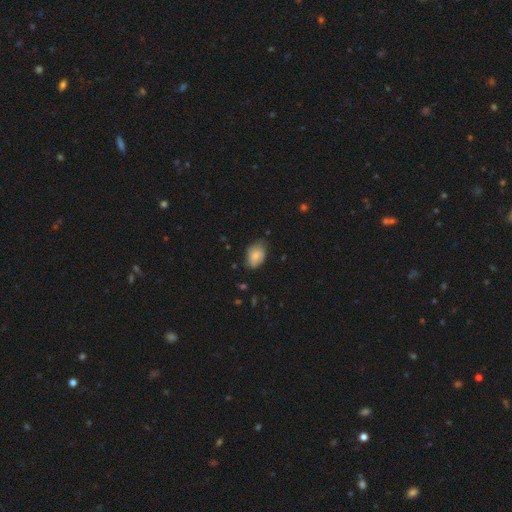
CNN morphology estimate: Smooth or featured?
  - smooth: 82% *
  - featured or disk: 11%
  - star or artifact: 7%
How rounded?
  - in between: 83% *
  - round: 15%
  - cigar-shaped: 1%
Merging?
  - none: 67% *
  - minor disturbance: 27%
  - major disturbance: 5%
  - merger: 1%